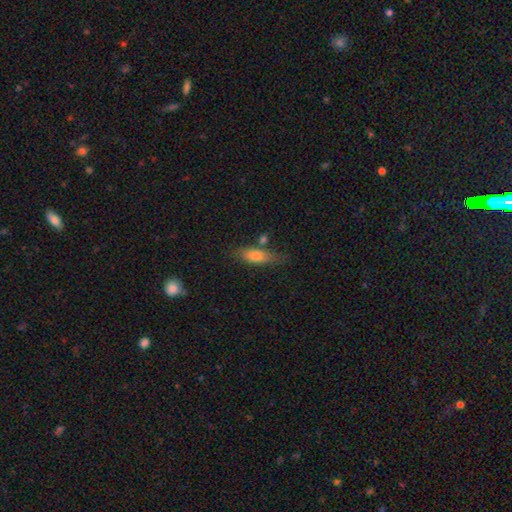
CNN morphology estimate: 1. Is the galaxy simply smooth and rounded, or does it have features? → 72% smooth, 20% featured or disk, 8% star or artifact.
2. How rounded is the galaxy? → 54% in between, 43% cigar-shaped, 3% round.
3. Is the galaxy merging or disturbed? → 65% none, 20% minor disturbance, 9% merger, 5% major disturbance.